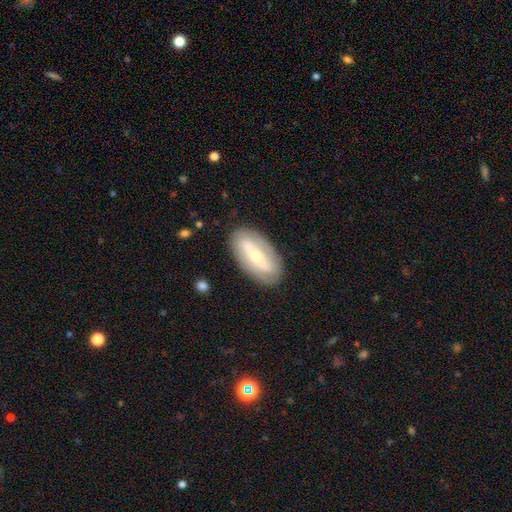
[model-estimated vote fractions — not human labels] Overall: featured or disk (58%; smooth 35%). Edge-on disk: no (81%). Merging: none (85%).